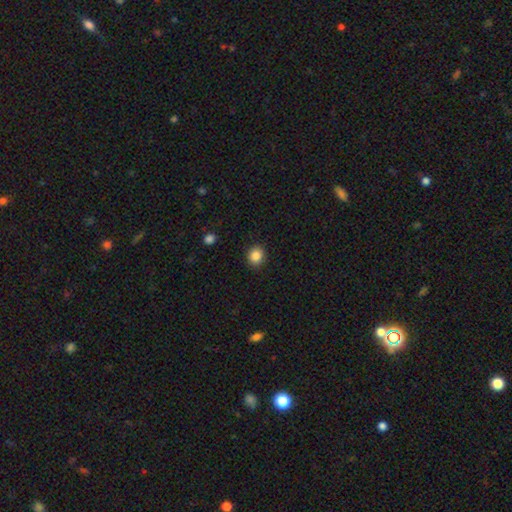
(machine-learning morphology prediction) The model was most divided on "how rounded": round: 79%, in between: 20%, cigar-shaped: 1%. More confident: merging — none (91%); smooth or featured — smooth (86%).